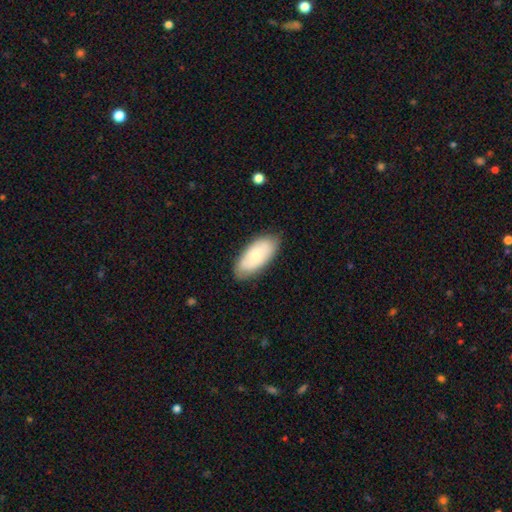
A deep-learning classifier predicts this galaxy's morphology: Smooth or featured? Predicted: smooth (p=0.67). How rounded? Predicted: in between (p=0.91). Merging? Predicted: none (p=0.81).